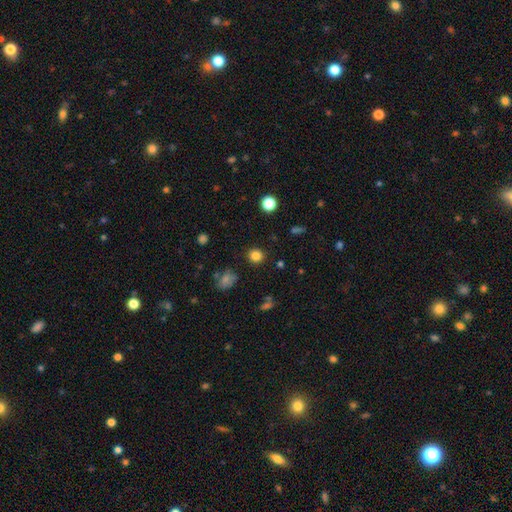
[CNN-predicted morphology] Q: Smooth or featured?
A: smooth (83%); runner-up: star or artifact (13%)
Q: How rounded?
A: round (89%); runner-up: in between (10%)
Q: Merging?
A: none (89%); runner-up: minor disturbance (6%)